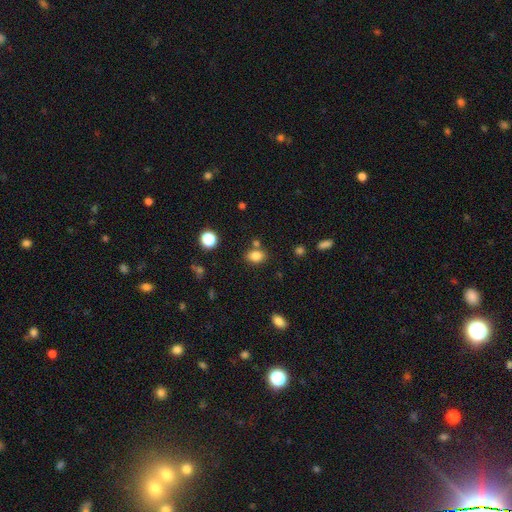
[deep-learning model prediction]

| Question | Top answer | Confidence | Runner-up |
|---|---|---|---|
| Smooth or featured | smooth | 83% | star or artifact (11%) |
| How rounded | in between | 73% | round (26%) |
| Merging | none | 71% | merger (13%) |